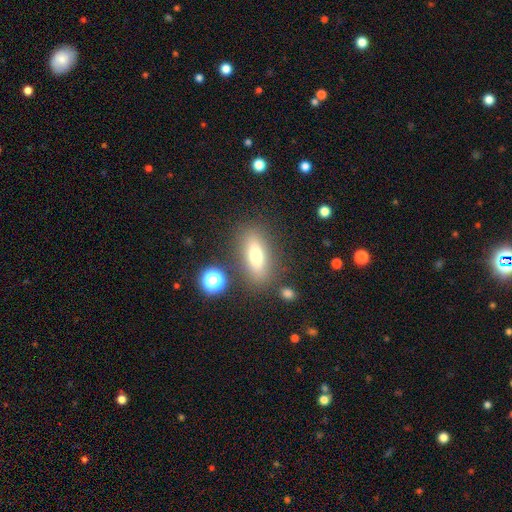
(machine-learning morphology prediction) This is likely a smooth galaxy (65%). How rounded: possibly in between (59%). Merging: clearly none (81%).